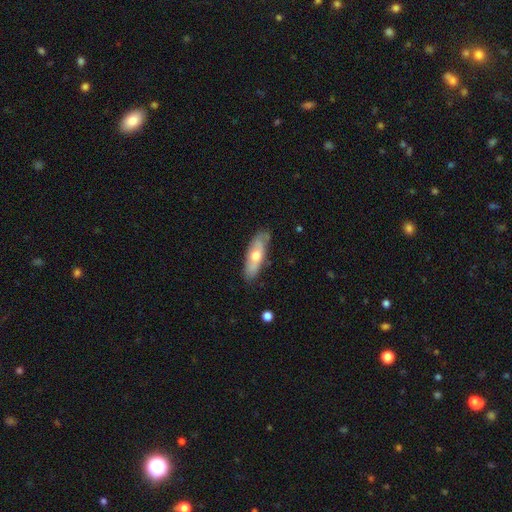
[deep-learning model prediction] A smooth galaxy with no disk features (53%) that is in between round and cigar-shaped (60%). Merging: none (75%).